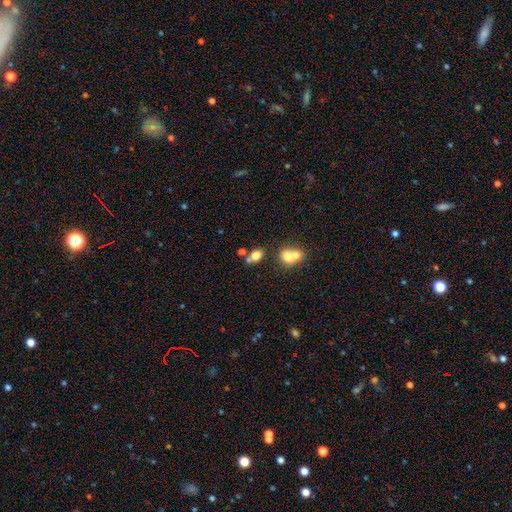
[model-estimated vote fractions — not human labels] Smooth or featured?
  - smooth: 76% *
  - featured or disk: 13%
  - star or artifact: 12%
How rounded?
  - in between: 65% *
  - round: 34%
  - cigar-shaped: 2%
Merging?
  - merger: 44% *
  - none: 42%
  - minor disturbance: 10%
  - major disturbance: 4%